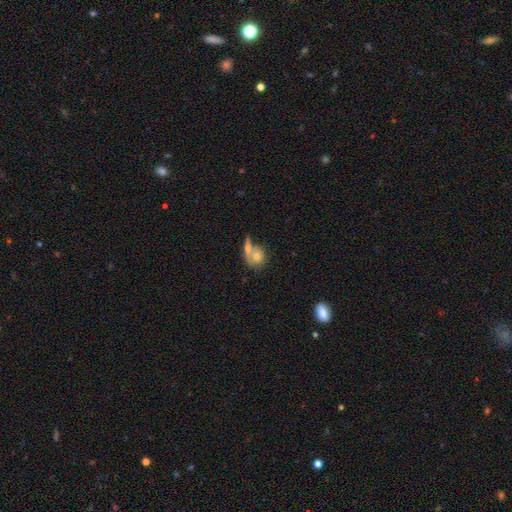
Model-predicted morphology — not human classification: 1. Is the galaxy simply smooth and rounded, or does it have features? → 68% smooth, 24% featured or disk, 8% star or artifact.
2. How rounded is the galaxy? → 65% round, 32% in between, 3% cigar-shaped.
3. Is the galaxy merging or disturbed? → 49% merger, 32% none, 11% minor disturbance, 7% major disturbance.